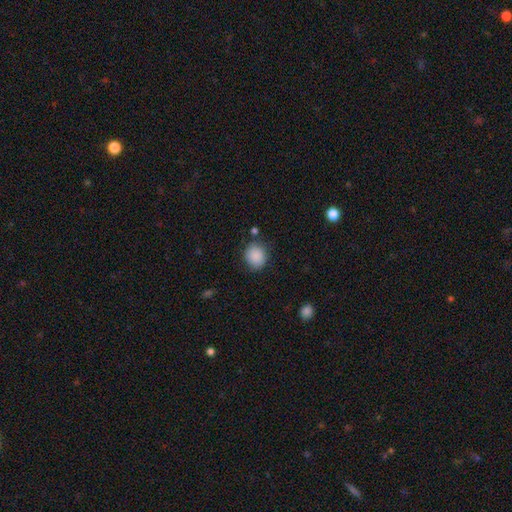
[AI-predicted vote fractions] The model was most divided on "how rounded": round: 75%, in between: 24%, cigar-shaped: 1%. More confident: smooth or featured — smooth (89%); merging — none (80%).